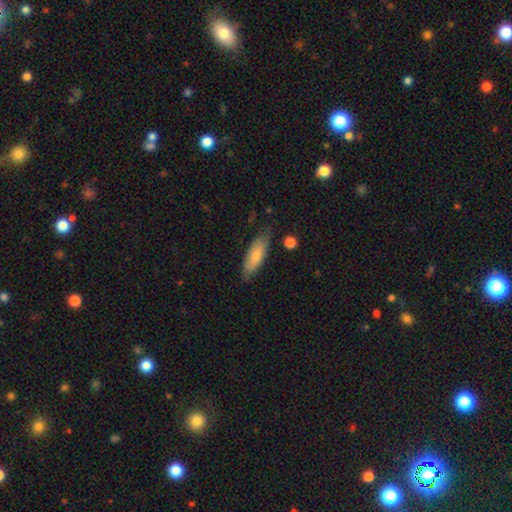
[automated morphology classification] Smooth or featured? smooth (76%)
How rounded? in between (63%)
Merging? none (71%)